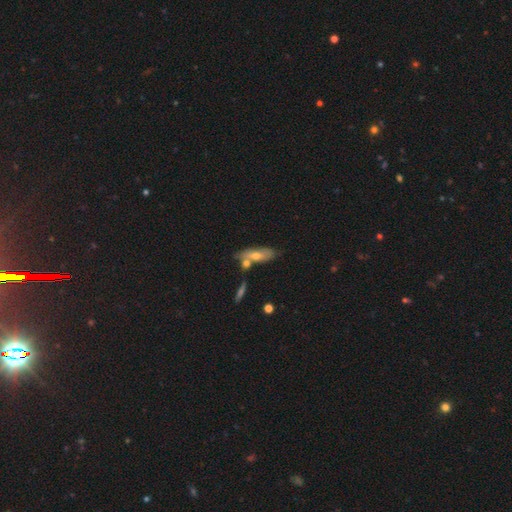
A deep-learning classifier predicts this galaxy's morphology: Overall: smooth (55%; featured or disk 37%). How rounded: in between (58%; cigar-shaped 39%). Merging: none (55%; merger 25%).